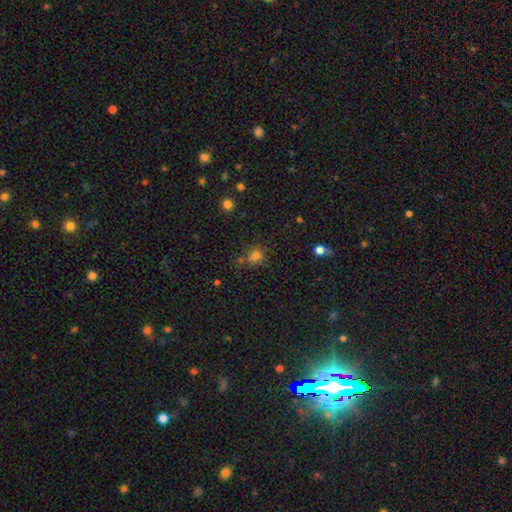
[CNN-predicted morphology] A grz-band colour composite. It shows a smooth galaxy with no disk features (73%) that is round (70%). Merging: none (63%).